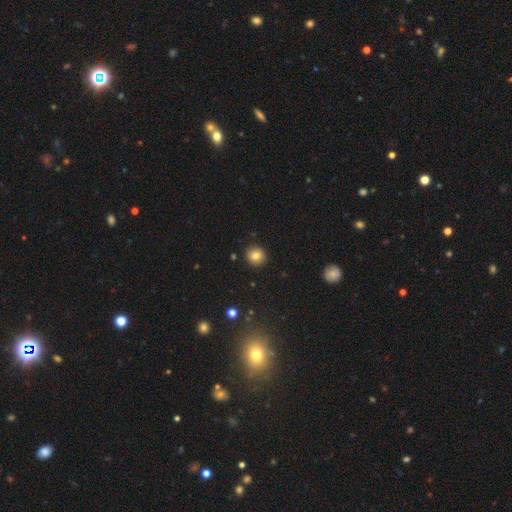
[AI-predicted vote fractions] Smooth or featured? Predicted: smooth (p=0.81). How rounded? Predicted: round (p=0.91). Merging? Predicted: none (p=0.91).